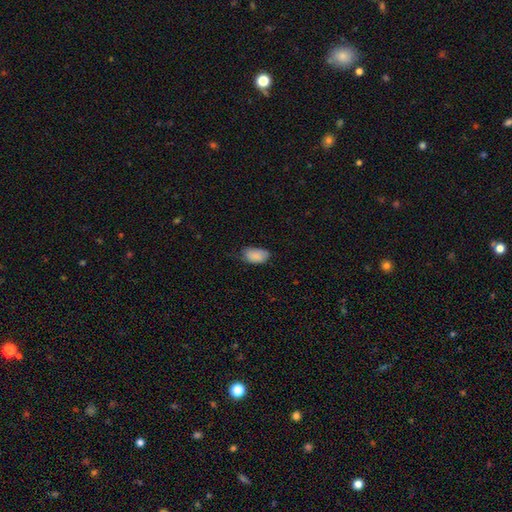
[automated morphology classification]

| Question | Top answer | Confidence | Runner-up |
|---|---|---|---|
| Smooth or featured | smooth | 87% | star or artifact (7%) |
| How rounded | in between | 93% | round (6%) |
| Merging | none | 61% | minor disturbance (32%) |